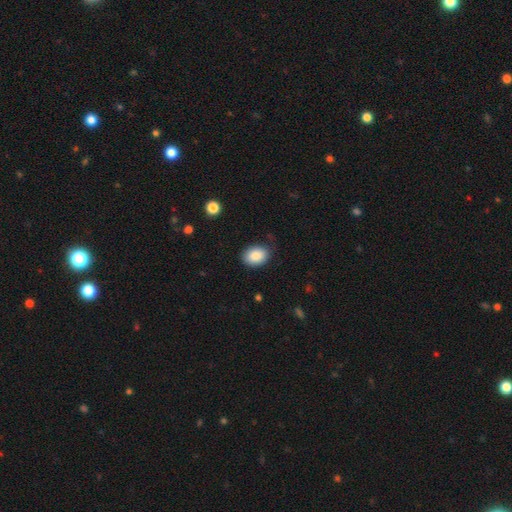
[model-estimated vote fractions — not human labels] This appears to be a smooth galaxy with no disk features (87%) that is in between round and cigar-shaped (71%). Merging: none (82%).